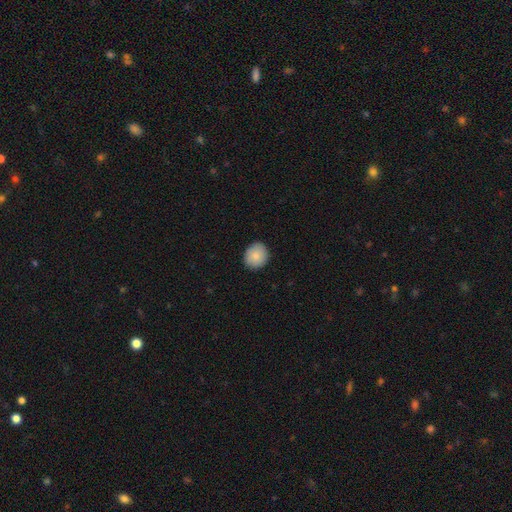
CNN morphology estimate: The model was most divided on "how rounded": round: 77%, in between: 22%, cigar-shaped: 1%. More confident: merging — none (89%); smooth or featured — smooth (87%).